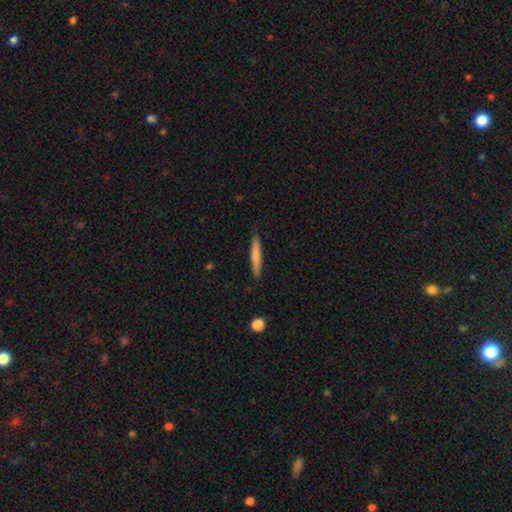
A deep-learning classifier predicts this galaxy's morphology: smooth_or_featured: smooth (p=0.73) [alt: featured or disk p=0.22]
how_rounded: cigar-shaped (p=0.94) [alt: in between p=0.05]
merging: none (p=0.89) [alt: minor disturbance p=0.08]